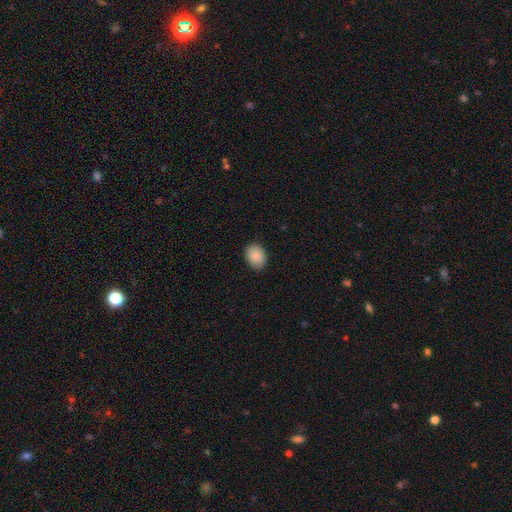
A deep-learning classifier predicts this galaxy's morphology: smooth 89%, star or artifact 7%, featured or disk 4%. Down the decision tree: how rounded — in between (64%); merging — none (86%).